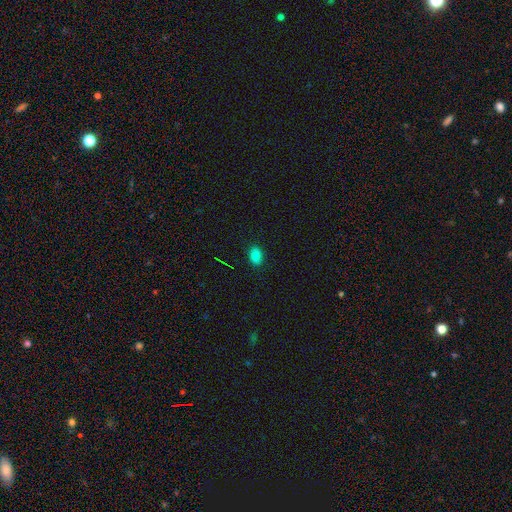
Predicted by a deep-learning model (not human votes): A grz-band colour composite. It shows a smooth galaxy with no disk features (83%) that is in between round and cigar-shaped (85%). Merging: none (87%).